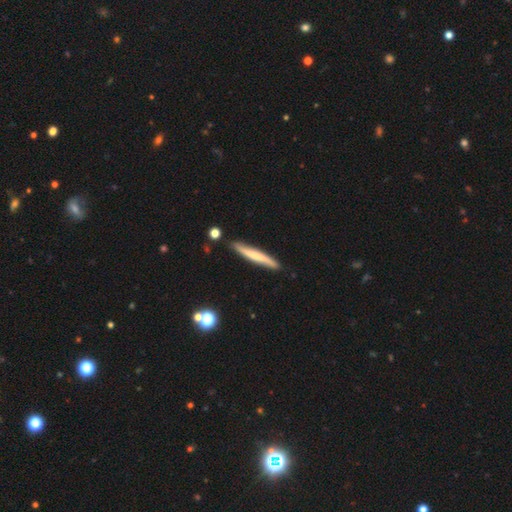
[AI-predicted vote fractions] smooth_or_featured: smooth (p=0.53) [alt: featured or disk p=0.42]
how_rounded: cigar-shaped (p=0.95) [alt: in between p=0.04]
merging: none (p=0.83) [alt: minor disturbance p=0.12]